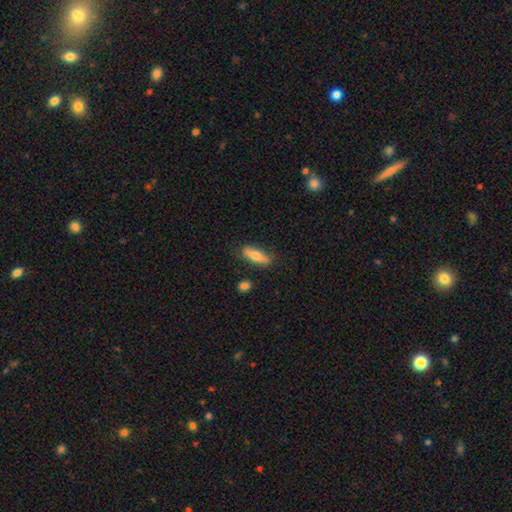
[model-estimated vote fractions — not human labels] Smooth or featured: smooth — 65% (featured or disk — 29%)
How rounded: cigar-shaped — 50% (in between — 47%)
Merging: none — 82% (minor disturbance — 13%)